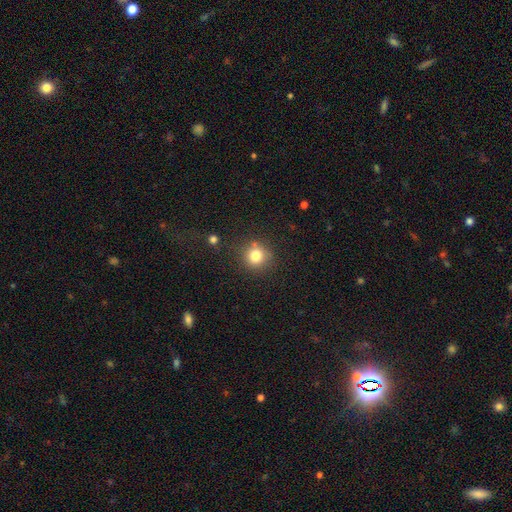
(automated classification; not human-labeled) Q: Smooth or featured?
A: smooth (80%); runner-up: star or artifact (13%)
Q: How rounded?
A: round (90%); runner-up: in between (9%)
Q: Merging?
A: none (79%); runner-up: minor disturbance (11%)